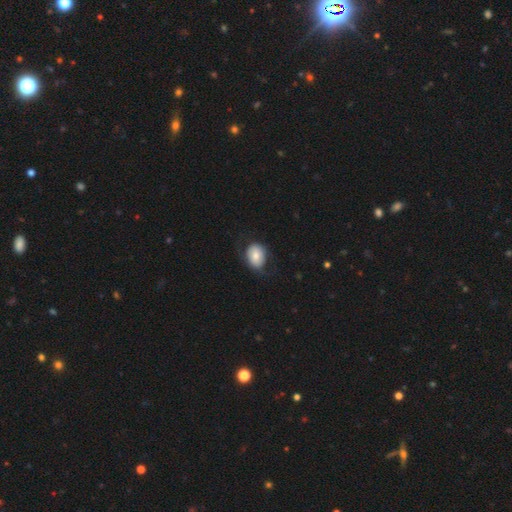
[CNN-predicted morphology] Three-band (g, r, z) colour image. It shows a smooth galaxy with no disk features (70%) that is in between round and cigar-shaped (62%). Merging: none (64%).